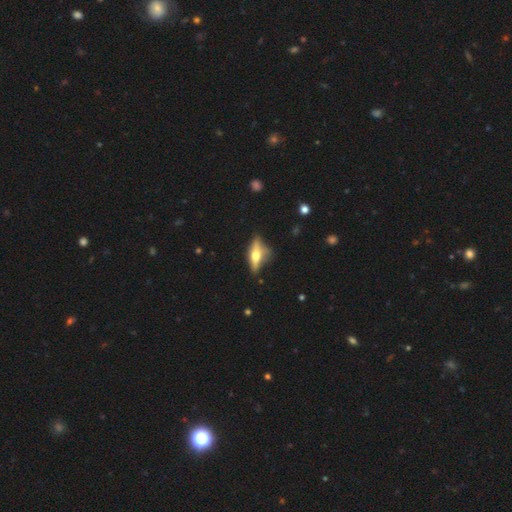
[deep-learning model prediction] Smooth or featured? featured or disk (56%)
Edge-on disk? yes (85%)
Merging? none (62%)